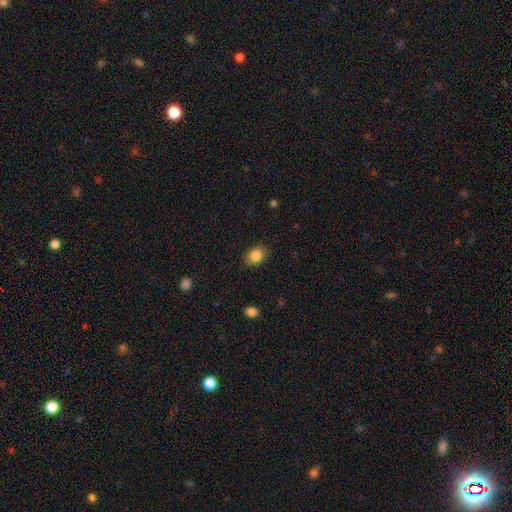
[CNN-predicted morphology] A smooth galaxy with no disk features (85%) that is in between round and cigar-shaped (61%). Merging: none (86%).